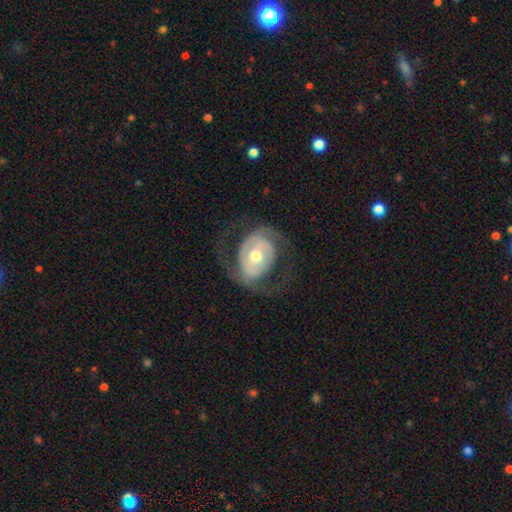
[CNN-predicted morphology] Smooth or featured? featured or disk (78%)
Edge-on disk? no (96%)
Bar? no (53%)
Spiral arms? yes (78%)
Spiral winding? medium (42%)
Spiral arm count? 2 (79%)
Bulge size? moderate (70%)
Merging? none (62%)